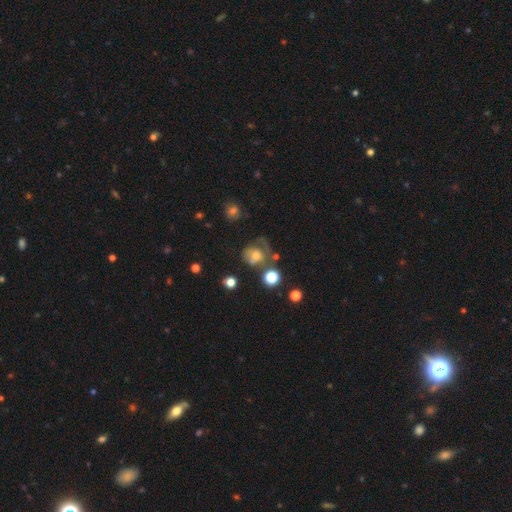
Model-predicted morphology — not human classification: Smooth or featured? smooth (50%)
How rounded? round (70%)
Merging? none (35%)